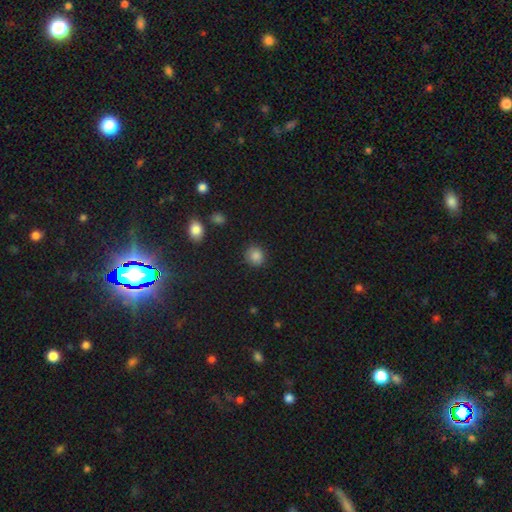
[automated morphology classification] A smooth galaxy with no disk features (86%) that is round (83%). Merging: none (84%).